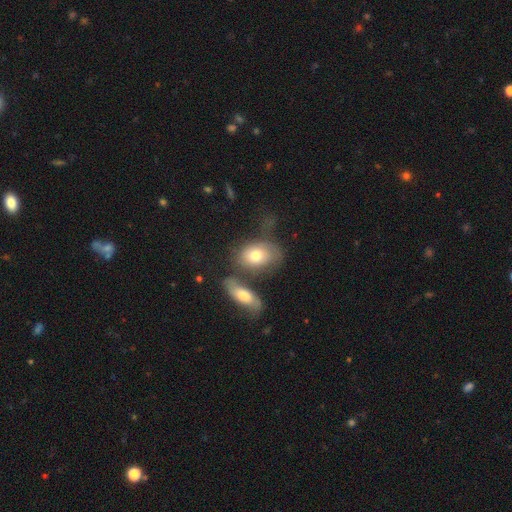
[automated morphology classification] smooth-or-featured: smooth: 70% | featured or disk: 23% | star or artifact: 7%
  how-rounded: in between: 81% | round: 17% | cigar-shaped: 2%
  merging: none: 39% | merger: 31% | minor disturbance: 18% | major disturbance: 12%